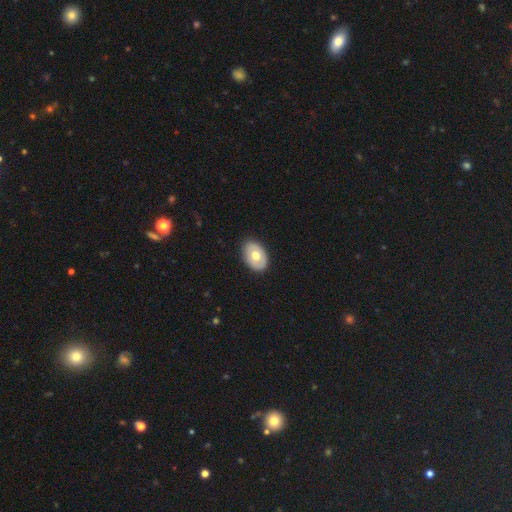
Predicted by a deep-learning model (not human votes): Overall: smooth (61%; featured or disk 33%). How rounded: in between (82%). Merging: none (86%).